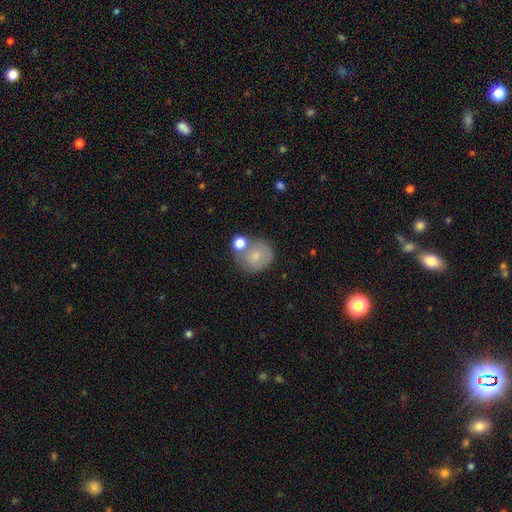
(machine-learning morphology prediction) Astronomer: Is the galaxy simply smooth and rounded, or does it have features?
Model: smooth — 72%.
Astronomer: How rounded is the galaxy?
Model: round — 82%.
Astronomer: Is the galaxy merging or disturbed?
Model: none — 49% (runner-up: merger, 28%).